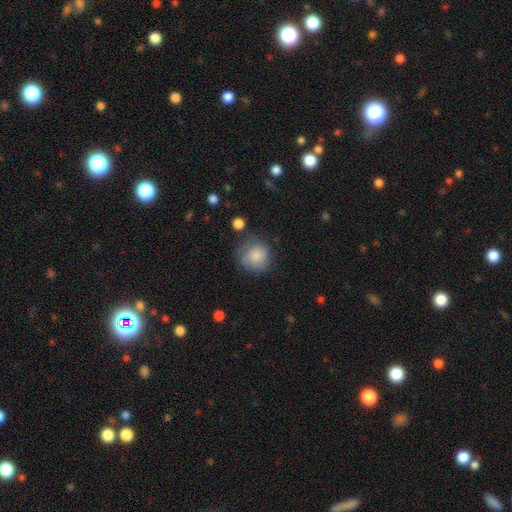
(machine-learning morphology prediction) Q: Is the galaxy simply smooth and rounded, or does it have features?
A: smooth — 80%.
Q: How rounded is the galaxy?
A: round — 88%.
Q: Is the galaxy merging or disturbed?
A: none — 65%.